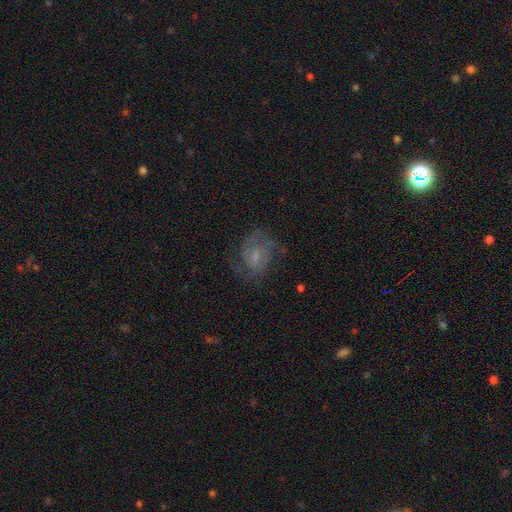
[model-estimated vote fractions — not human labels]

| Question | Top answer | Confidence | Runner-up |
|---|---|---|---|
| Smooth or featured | featured or disk | 64% | smooth (25%) |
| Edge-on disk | no | 97% | yes (3%) |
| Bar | weak | 50% | no (40%) |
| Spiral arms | yes | 83% | no (17%) |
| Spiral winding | medium | 48% | tight (32%) |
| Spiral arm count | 2 | 46% | can't tell (31%) |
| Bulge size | small | 51% | moderate (23%) |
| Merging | none | 60% | minor disturbance (20%) |